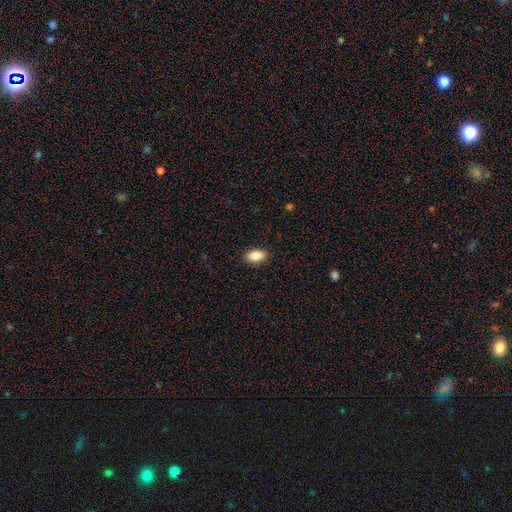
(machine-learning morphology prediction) type=smooth (87%); roundness=in between (92%); merging=none (89%).